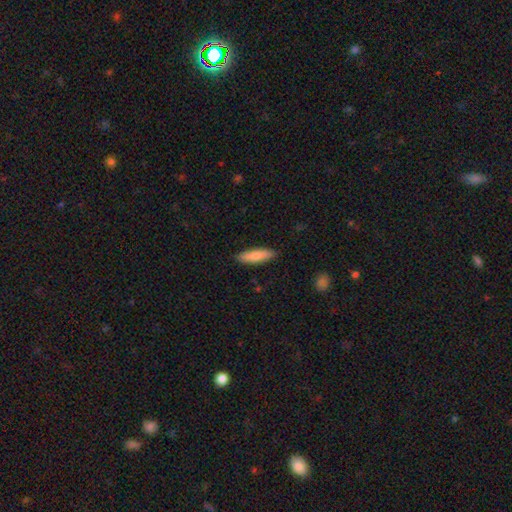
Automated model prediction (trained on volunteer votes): Overall: smooth (81%). How rounded: cigar-shaped (67%; in between 32%). Merging: none (87%).